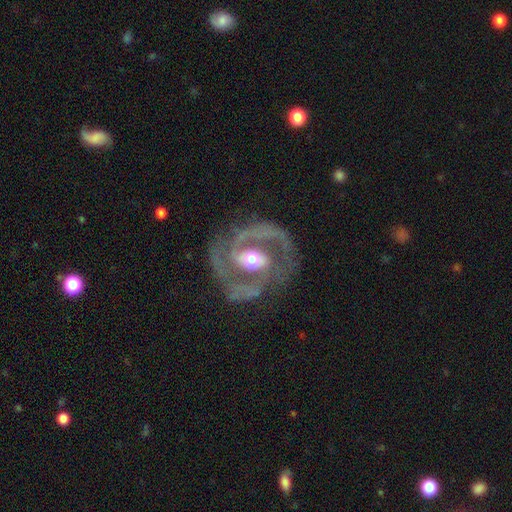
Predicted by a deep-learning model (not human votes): The model was most divided on "bar" (2-way tie): weak: 36%, strong: 36%, no: 27%. More confident: edge-on disk — no (97%); spiral arms — yes (95%); smooth or featured — featured or disk (91%); spiral arm count — 2 (85%); merging — none (75%); bulge size — moderate (68%); spiral winding — medium (51%).